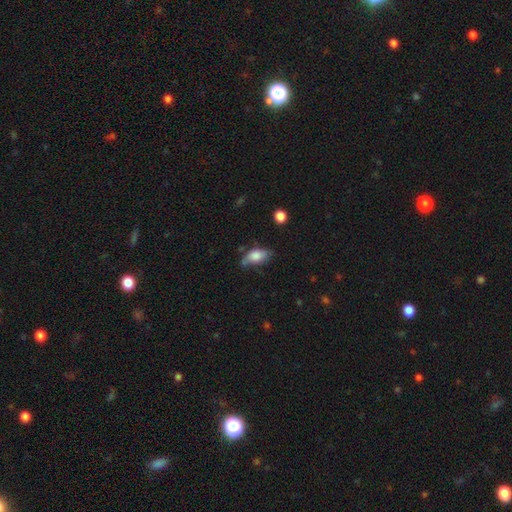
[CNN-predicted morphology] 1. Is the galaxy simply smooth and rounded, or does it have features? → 72% smooth, 20% featured or disk, 8% star or artifact.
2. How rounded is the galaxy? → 87% in between, 8% cigar-shaped, 5% round.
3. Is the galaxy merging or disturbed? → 48% none, 36% minor disturbance, 12% major disturbance, 4% merger.